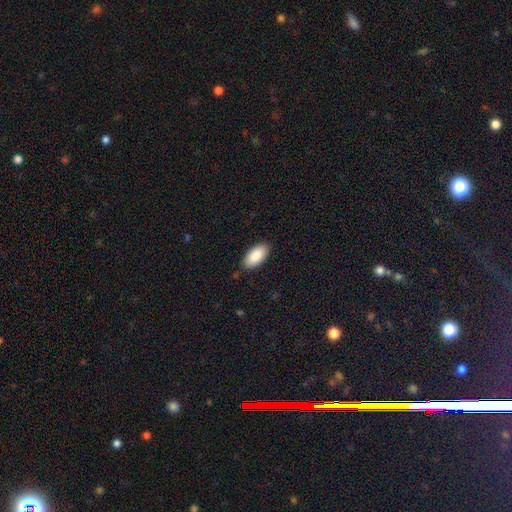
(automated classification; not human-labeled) Smooth or featured? Predicted: smooth (p=0.90). How rounded? Predicted: in between (p=0.94). Merging? Predicted: none (p=0.85).